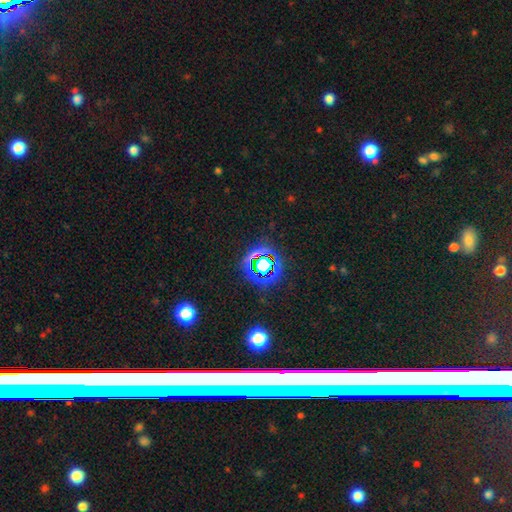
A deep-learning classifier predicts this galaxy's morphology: This appears to be a star or artifact, not a galaxy (70%).